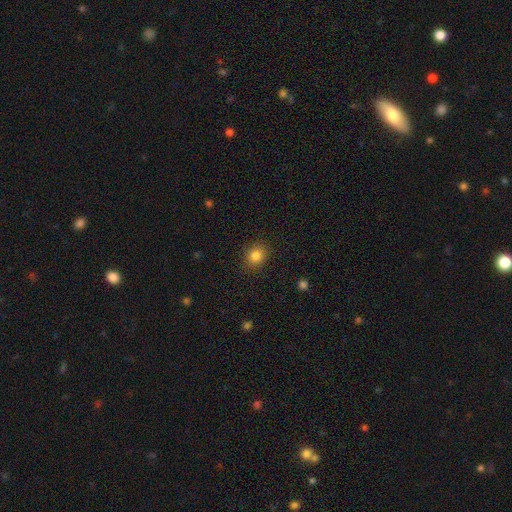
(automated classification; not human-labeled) Morphology: type=smooth (84%); roundness=round (68%); merging=none (88%).